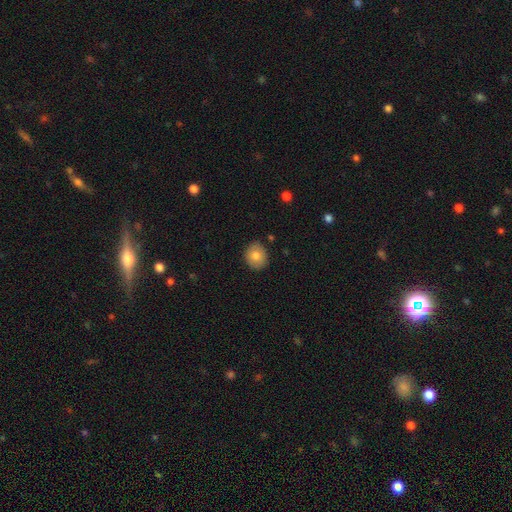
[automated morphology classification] Smooth or featured: smooth — 80% (featured or disk — 11%)
How rounded: round — 71% (in between — 28%)
Merging: none — 86% (minor disturbance — 10%)